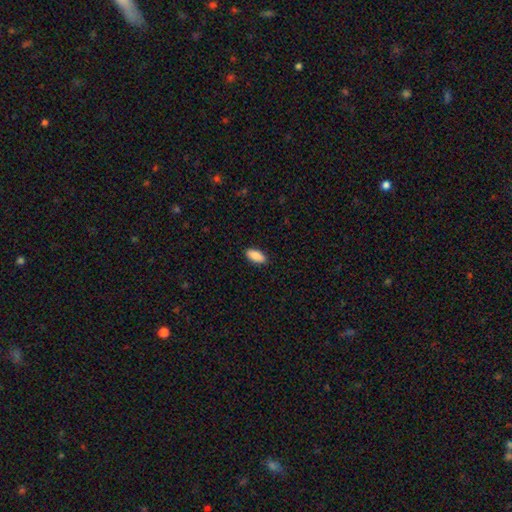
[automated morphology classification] smooth-or-featured: smooth: 89% | star or artifact: 6% | featured or disk: 4%
  how-rounded: in between: 87% | cigar-shaped: 10% | round: 2%
  merging: none: 89% | minor disturbance: 8% | major disturbance: 2% | merger: 1%